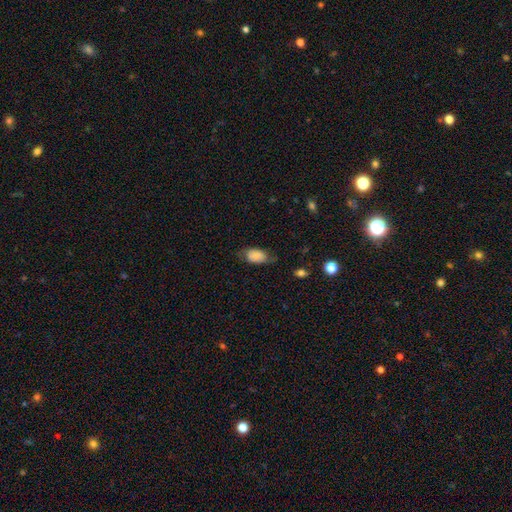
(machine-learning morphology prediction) This appears to be a smooth galaxy with no disk features (77%) that is in between round and cigar-shaped (90%). Merging: none (56%).